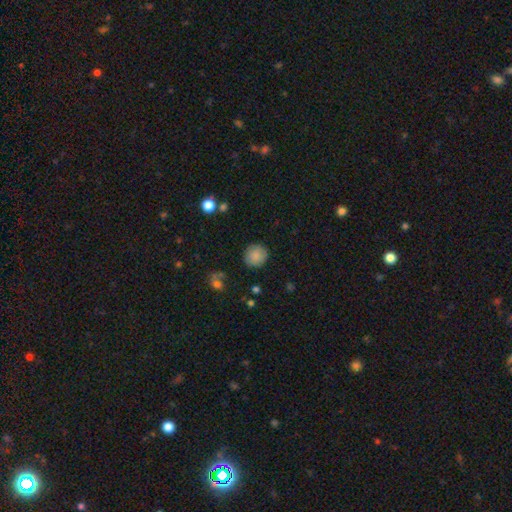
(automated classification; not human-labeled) This is clearly a smooth galaxy (85%). How rounded: clearly round (90%). Merging: clearly none (86%).